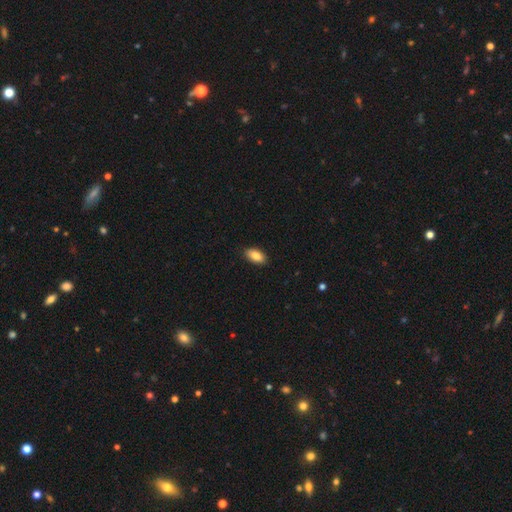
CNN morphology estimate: Smooth or featured? smooth (87%)
How rounded? in between (93%)
Merging? none (89%)